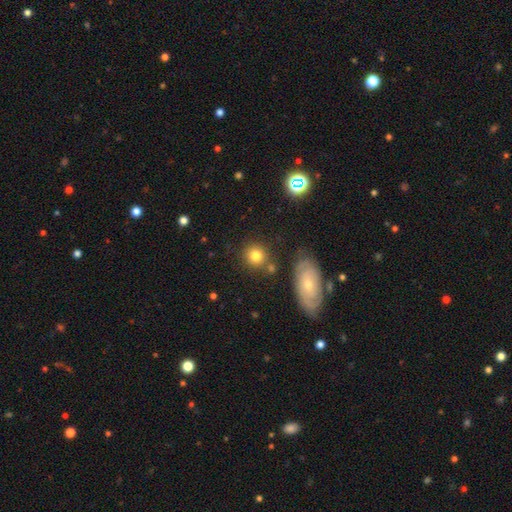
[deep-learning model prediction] Morphology: type=smooth (79%); roundness=round (88%); merging=none (77%).